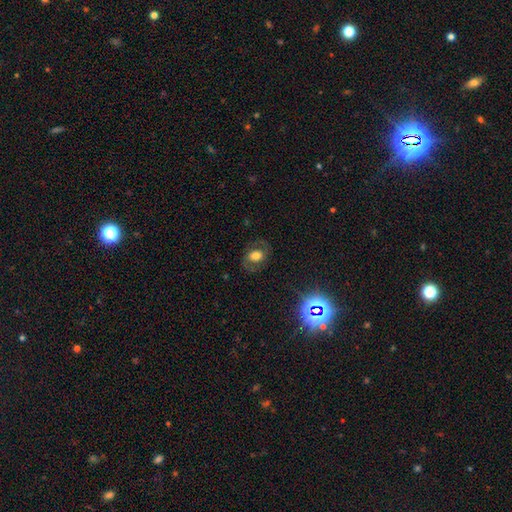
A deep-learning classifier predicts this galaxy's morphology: type=smooth (45%); merging=none (76%).